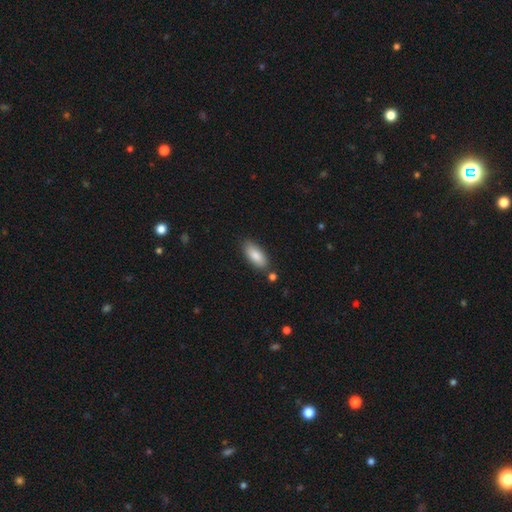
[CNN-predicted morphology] smooth-or-featured: smooth: 84% | featured or disk: 10% | star or artifact: 6%
  how-rounded: in between: 85% | cigar-shaped: 12% | round: 2%
  merging: none: 80% | minor disturbance: 13% | merger: 5% | major disturbance: 3%